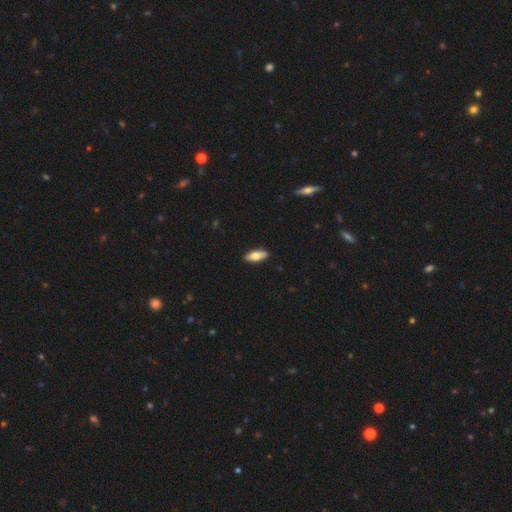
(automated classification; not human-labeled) A smooth galaxy with no disk features (71%) that is in between round and cigar-shaped (77%). Merging: none (90%).